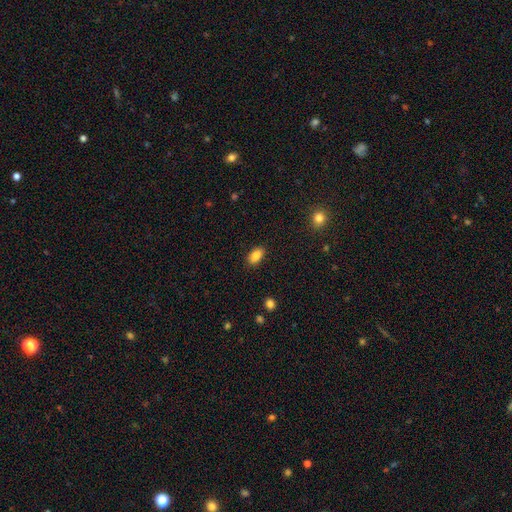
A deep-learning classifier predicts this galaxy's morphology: smooth 87%, star or artifact 8%, featured or disk 5%. Down the decision tree: how rounded — in between (91%); merging — none (88%).